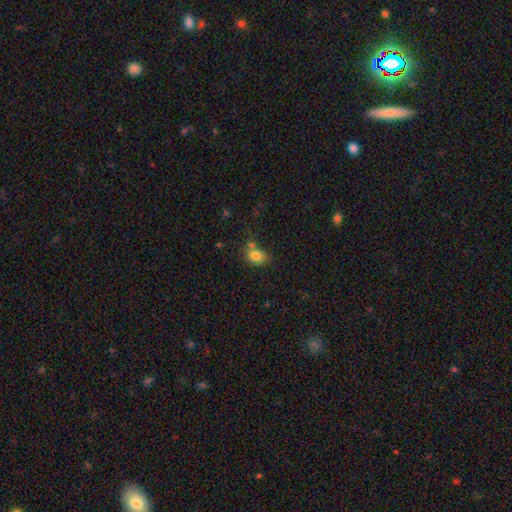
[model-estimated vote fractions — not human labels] A smooth galaxy with no disk features (81%) that is in between round and cigar-shaped (59%). Merging: none (56%).